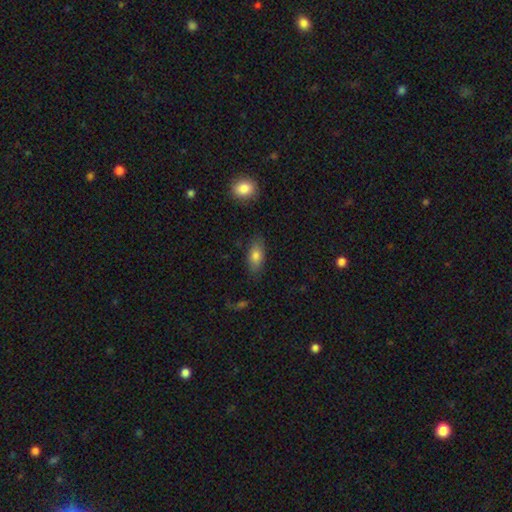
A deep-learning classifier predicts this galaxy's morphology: Overall: smooth (78%). How rounded: in between (86%). Merging: none (81%).